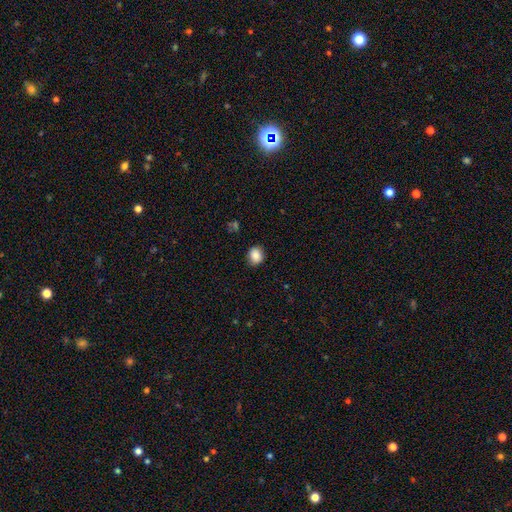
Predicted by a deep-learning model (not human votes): Morphology: type=smooth (86%); roundness=round (69%); merging=none (87%).